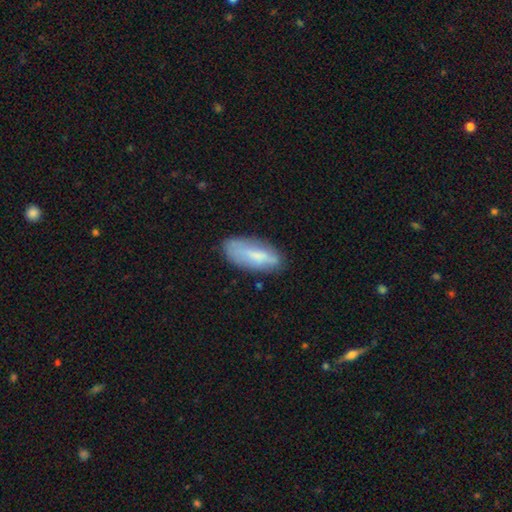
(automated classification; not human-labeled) Smooth or featured? Predicted: smooth (p=0.68). How rounded? Predicted: in between (p=0.78). Merging? Predicted: none (p=0.67).